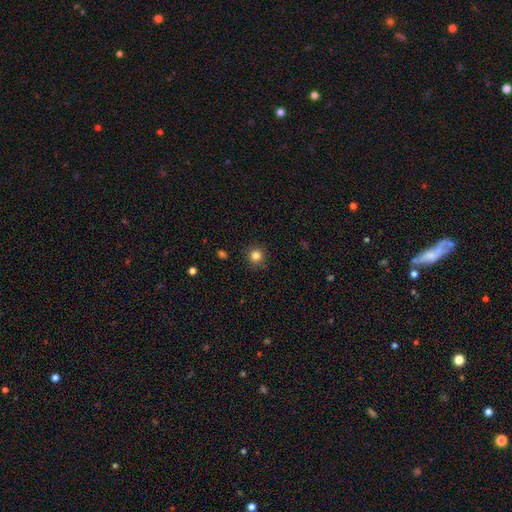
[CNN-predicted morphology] A smooth galaxy with no disk features (84%) that is round (94%). Merging: none (90%).